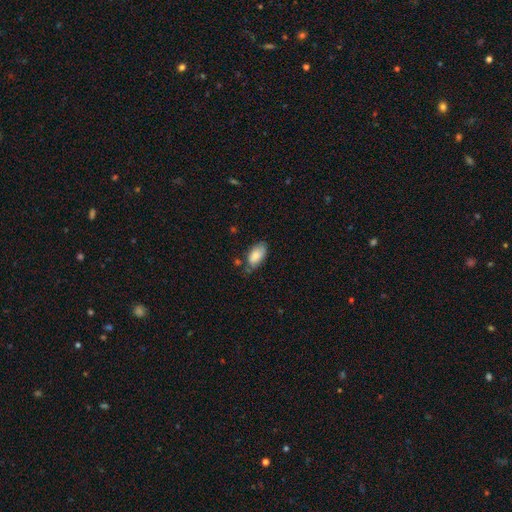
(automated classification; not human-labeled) Overall: smooth (83%). How rounded: in between (93%). Merging: none (60%; minor disturbance 30%).